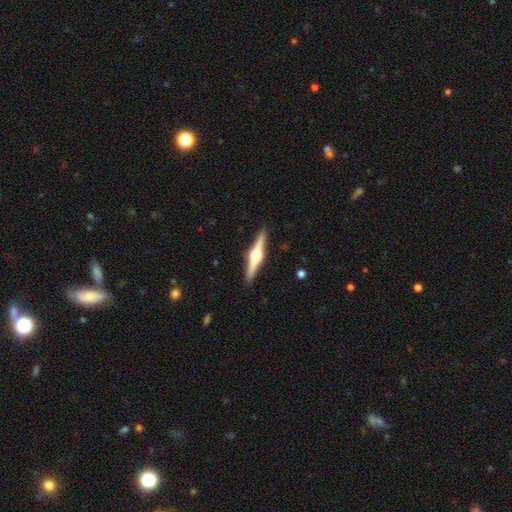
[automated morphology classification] The model was most divided on "smooth or featured": featured or disk: 80%, smooth: 15%, star or artifact: 5%. More confident: edge-on disk — yes (98%); edge-on bulge — rounded (96%); merging — none (92%).